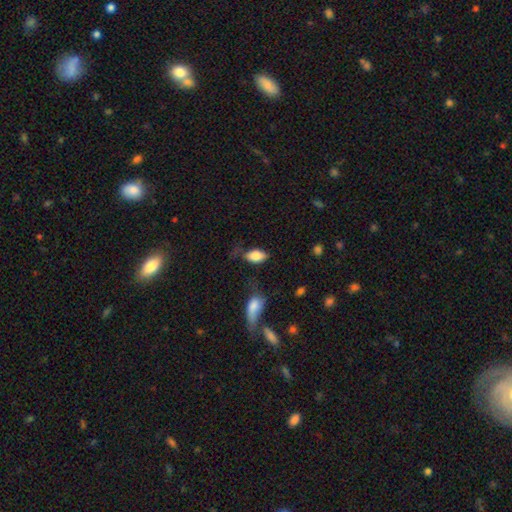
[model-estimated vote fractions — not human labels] Overall: smooth (82%). How rounded: in between (91%). Merging: none (52%; minor disturbance 25%).